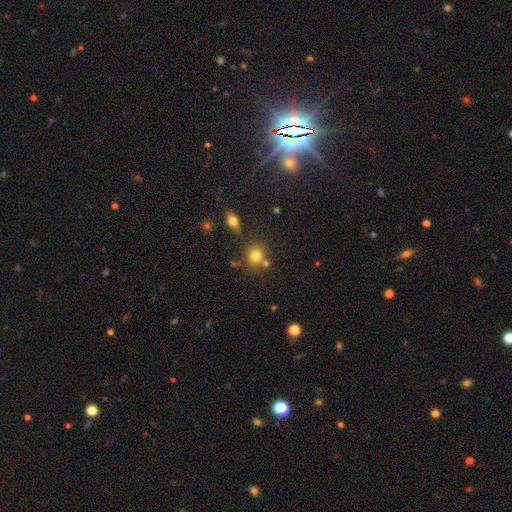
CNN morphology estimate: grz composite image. It shows a smooth galaxy with no disk features (79%) that is round (77%). Merging: none (69%).